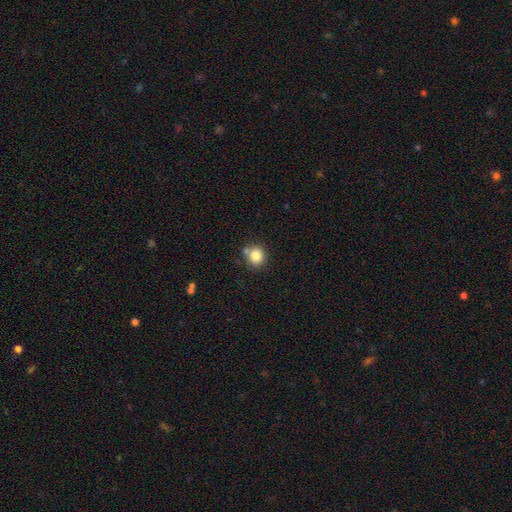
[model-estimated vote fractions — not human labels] Smooth or featured? smooth (83%)
How rounded? round (87%)
Merging? none (72%)